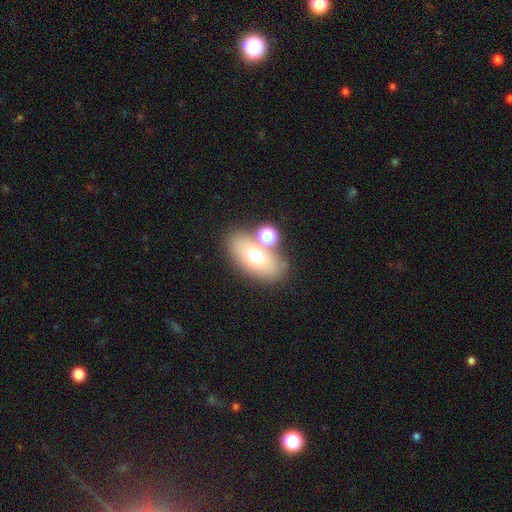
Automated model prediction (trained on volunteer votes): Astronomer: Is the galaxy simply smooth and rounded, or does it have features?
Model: smooth — 64%.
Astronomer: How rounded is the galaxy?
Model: in between — 83%.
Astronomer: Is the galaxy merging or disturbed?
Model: none — 66%.